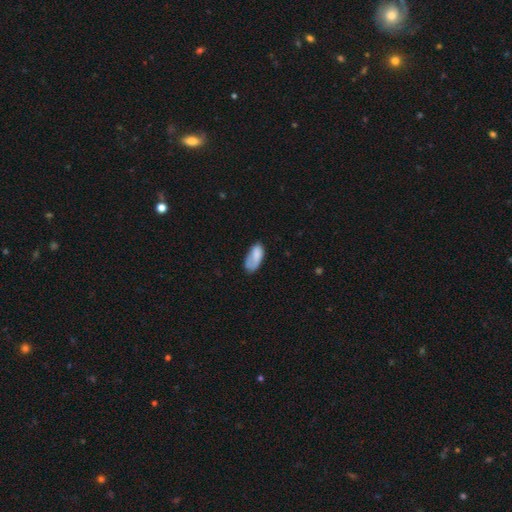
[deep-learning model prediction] The model was most divided on "merging": none: 50%, minor disturbance: 31%, major disturbance: 16%, merger: 3%. More confident: how rounded — in between (92%); smooth or featured — smooth (78%).